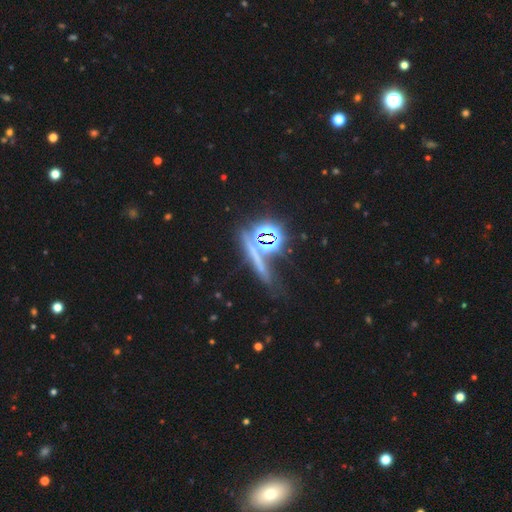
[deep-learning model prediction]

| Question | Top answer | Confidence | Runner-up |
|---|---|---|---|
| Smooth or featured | star or artifact | 58% | smooth (22%) |